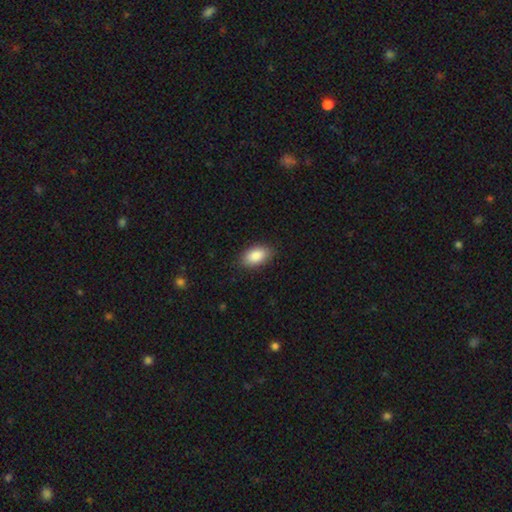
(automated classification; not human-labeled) Overall: smooth (88%). How rounded: in between (93%). Merging: none (87%).